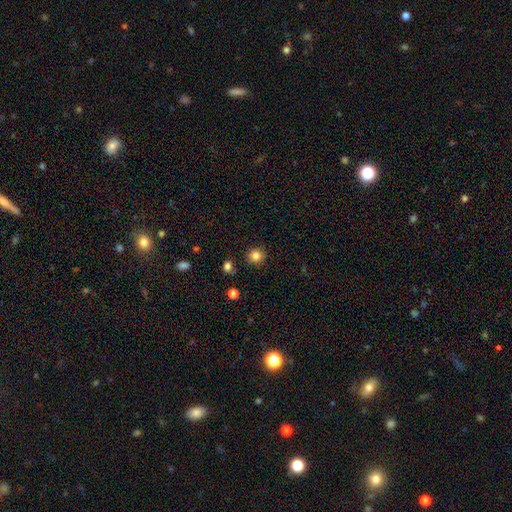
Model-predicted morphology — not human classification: smooth_or_featured: smooth (p=0.84) [alt: star or artifact p=0.11]
how_rounded: round (p=0.91) [alt: in between p=0.08]
merging: none (p=0.88) [alt: minor disturbance p=0.07]